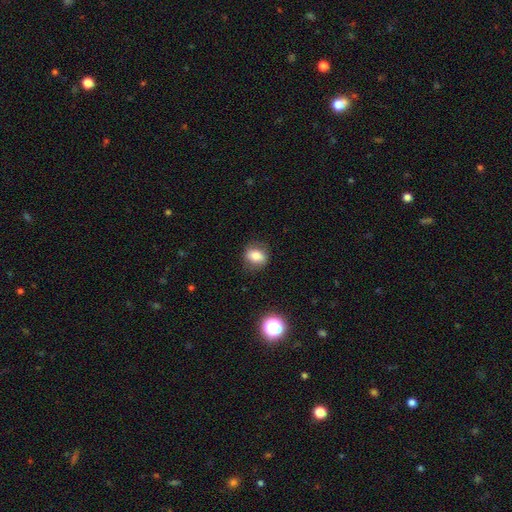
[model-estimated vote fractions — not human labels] Morphology: type=smooth (74%); roundness=in between (50%); merging=none (80%).